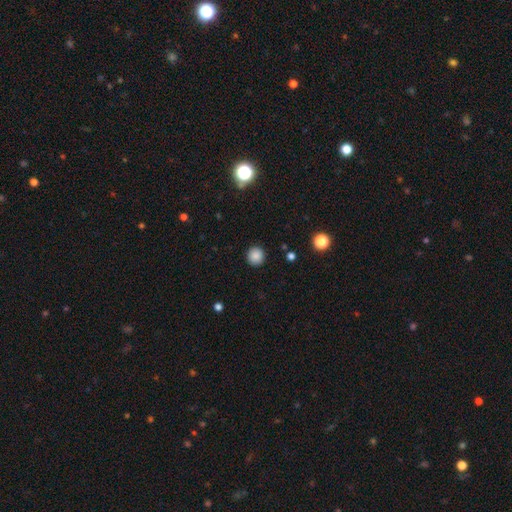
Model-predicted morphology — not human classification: Overall: smooth (86%). How rounded: round (94%). Merging: none (91%).